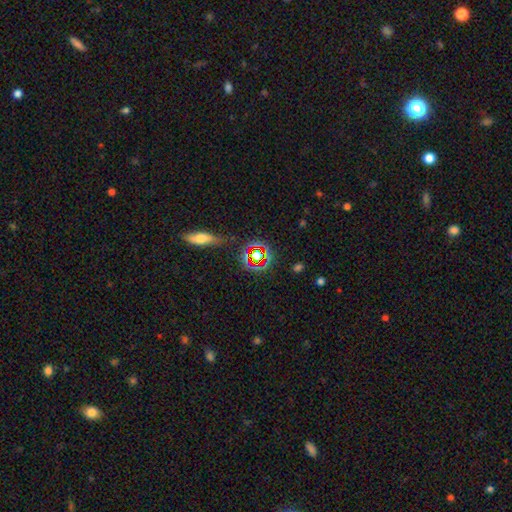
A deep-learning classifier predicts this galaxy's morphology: This is possibly a star or artifact rather than a galaxy (56%).